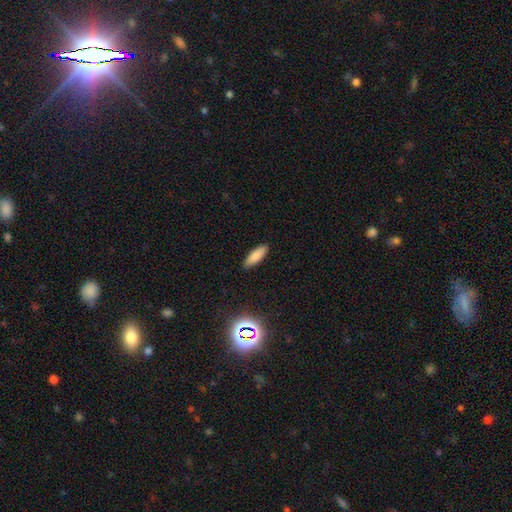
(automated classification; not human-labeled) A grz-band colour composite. It shows a smooth galaxy with no disk features (83%) that is in between round and cigar-shaped (54%). Merging: none (88%).